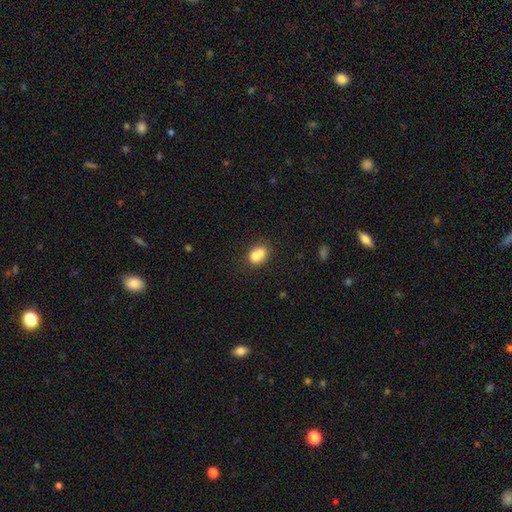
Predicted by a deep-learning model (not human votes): The model was most divided on "how rounded": round: 51%, in between: 48%, cigar-shaped: 1%. More confident: smooth or featured — smooth (72%); merging — merger (58%).